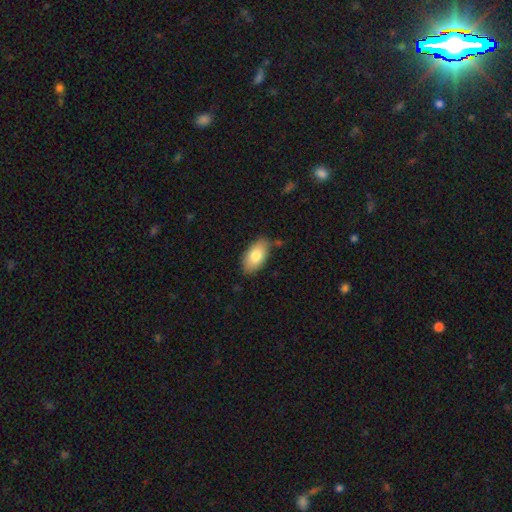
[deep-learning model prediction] Smooth or featured: smooth — 80% (featured or disk — 13%)
How rounded: in between — 94% (round — 3%)
Merging: none — 78% (minor disturbance — 16%)